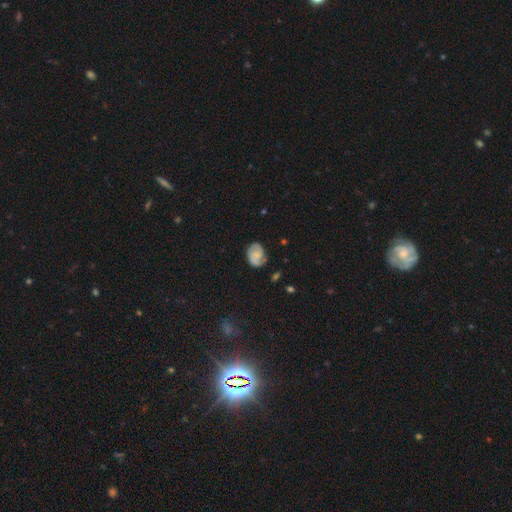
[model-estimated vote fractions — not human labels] Smooth or featured? featured or disk (64%)
Edge-on disk? no (98%)
Bar? no (61%)
Spiral arms? yes (93%)
Spiral winding? medium (43%)
Spiral arm count? 2 (79%)
Bulge size? none (40%)
Merging? none (72%)